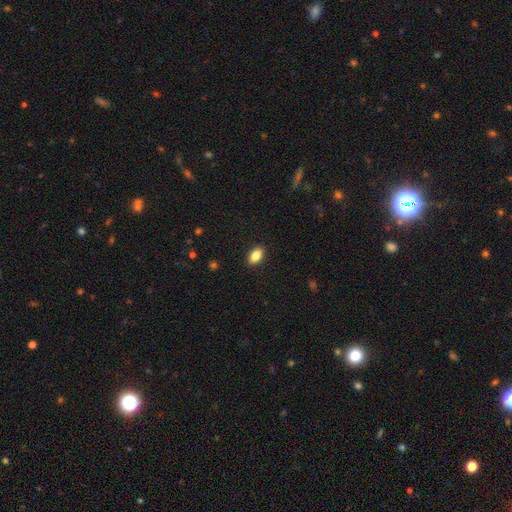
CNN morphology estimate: A smooth galaxy with no disk features (87%) that is in between round and cigar-shaped (91%).

Vote fractions:
- Smooth or featured? smooth: 87% / star or artifact: 8% / featured or disk: 5%
- How rounded? in between: 91% / round: 6% / cigar-shaped: 3%
- Merging? none: 90% / minor disturbance: 7% / major disturbance: 2% / merger: 1%